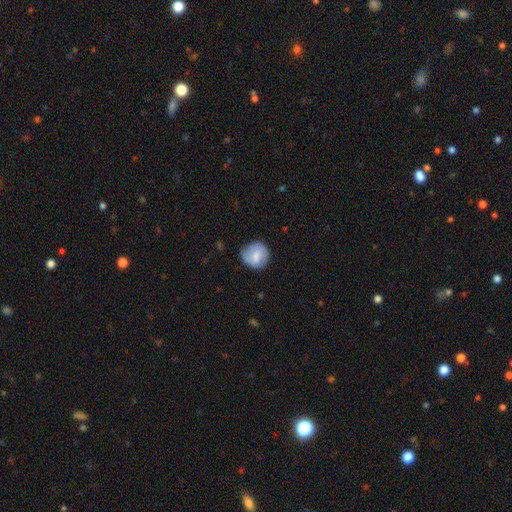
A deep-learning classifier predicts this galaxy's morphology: Smooth or featured? smooth (68%)
How rounded? round (87%)
Merging? none (76%)